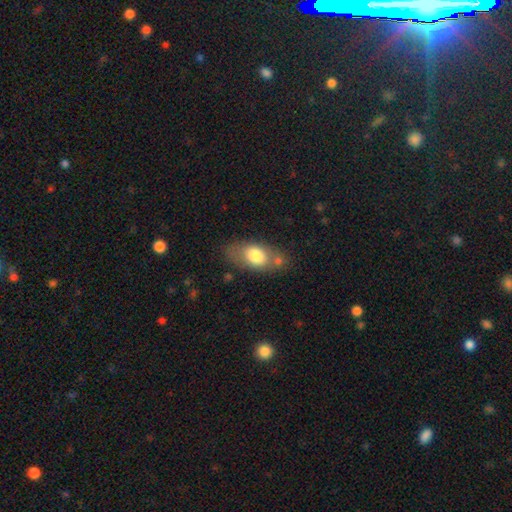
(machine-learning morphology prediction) This appears to be a smooth galaxy with no disk features (75%) that is in between round and cigar-shaped (87%). Merging: none (65%).